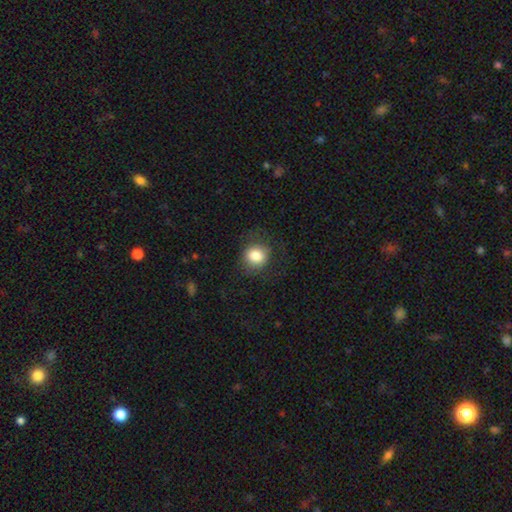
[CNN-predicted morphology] Smooth or featured?
  - smooth: 83% *
  - star or artifact: 10%
  - featured or disk: 8%
How rounded?
  - round: 79% *
  - in between: 20%
  - cigar-shaped: 1%
Merging?
  - none: 79% *
  - minor disturbance: 14%
  - major disturbance: 7%
  - merger: 1%